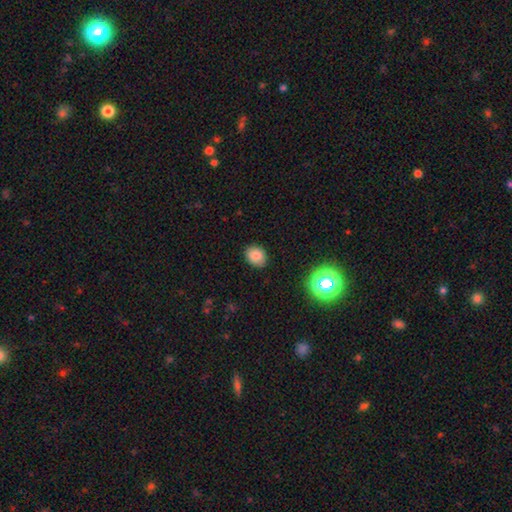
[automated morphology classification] smooth-or-featured: smooth: 83% | star or artifact: 12% | featured or disk: 5%
  how-rounded: in between: 55% | round: 44% | cigar-shaped: 1%
  merging: none: 86% | minor disturbance: 10% | major disturbance: 2% | merger: 1%